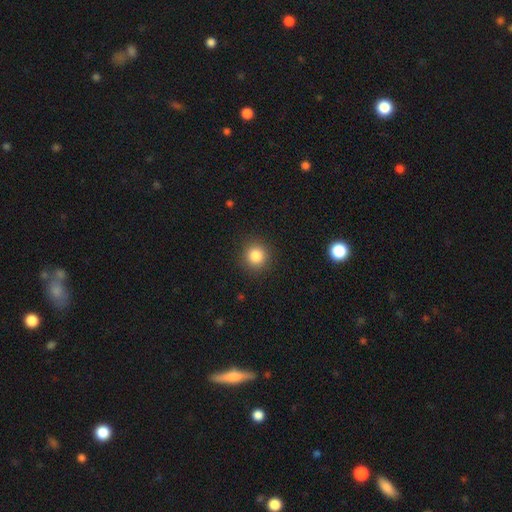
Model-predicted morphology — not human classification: Smooth or featured: smooth — 85% (star or artifact — 11%)
How rounded: round — 93% (in between — 6%)
Merging: none — 90% (minor disturbance — 6%)